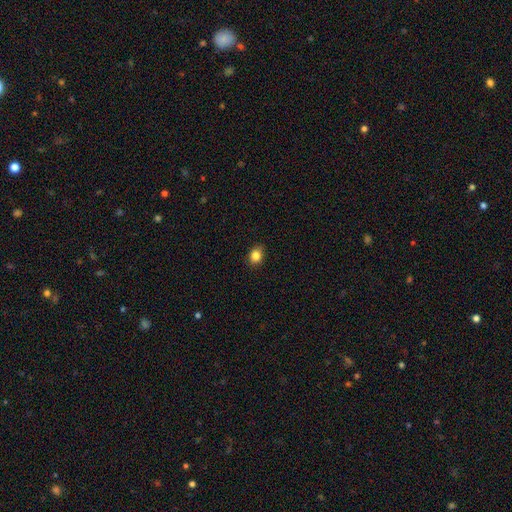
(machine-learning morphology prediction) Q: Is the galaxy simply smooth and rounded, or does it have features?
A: smooth — 84%.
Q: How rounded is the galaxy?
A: round — 55%.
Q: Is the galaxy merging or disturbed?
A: none — 87%.